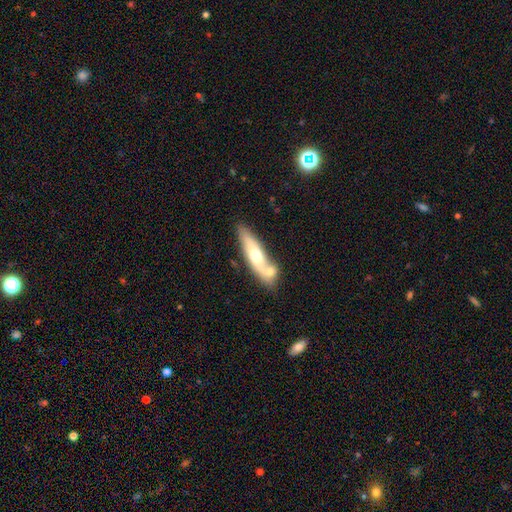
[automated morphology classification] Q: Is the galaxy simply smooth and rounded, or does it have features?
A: smooth — 52%.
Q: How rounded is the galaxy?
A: cigar-shaped — 63%.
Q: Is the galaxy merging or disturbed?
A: none — 49%.